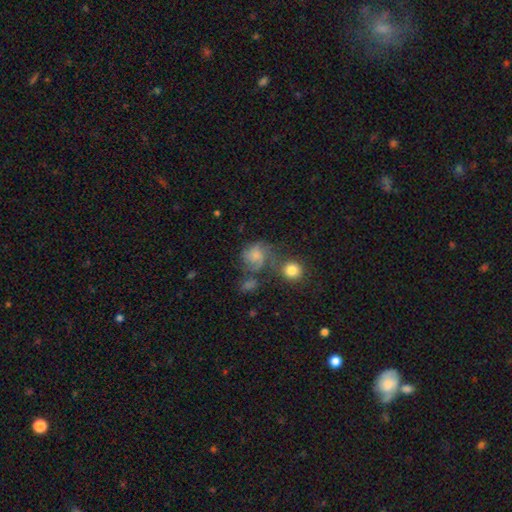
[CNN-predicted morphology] type=smooth (44%, tied with featured or disk); merging=none (39%).